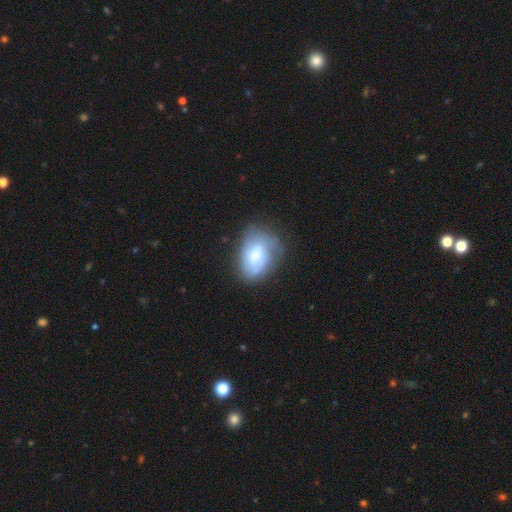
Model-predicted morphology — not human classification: This appears to be a smooth galaxy with no disk features (52%) that is in between round and cigar-shaped (78%). Merging: none (51%).